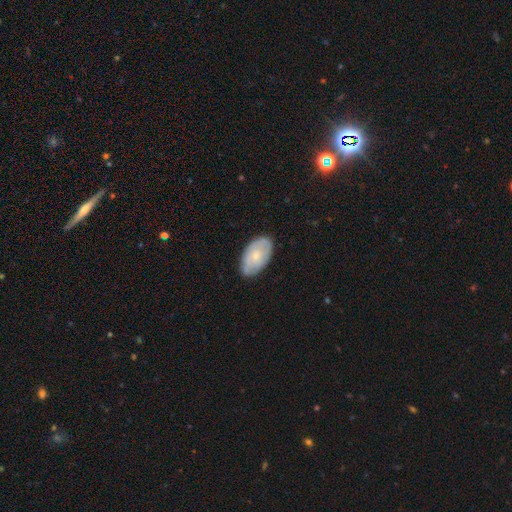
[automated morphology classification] Smooth or featured?
  - smooth: 58% *
  - featured or disk: 36%
  - star or artifact: 6%
How rounded?
  - in between: 94% *
  - round: 5%
  - cigar-shaped: 2%
Merging?
  - none: 76% *
  - minor disturbance: 19%
  - major disturbance: 3%
  - merger: 1%